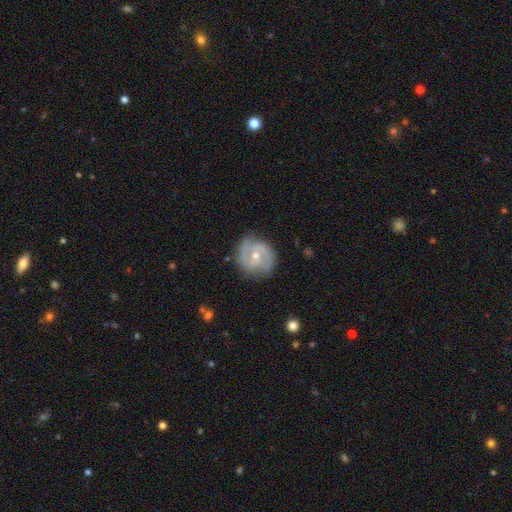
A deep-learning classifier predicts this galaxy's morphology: This is likely a featured or disk galaxy (75%). It is clearly not viewed edge-on (97%). Bar: possibly no (57%). Spiral arm pattern: clearly yes (89%). Spiral arm count: likely 2 (74%). Spiral winding: marginally medium (45%). Central bulge: possibly moderate (53%). Merging: likely none (72%).